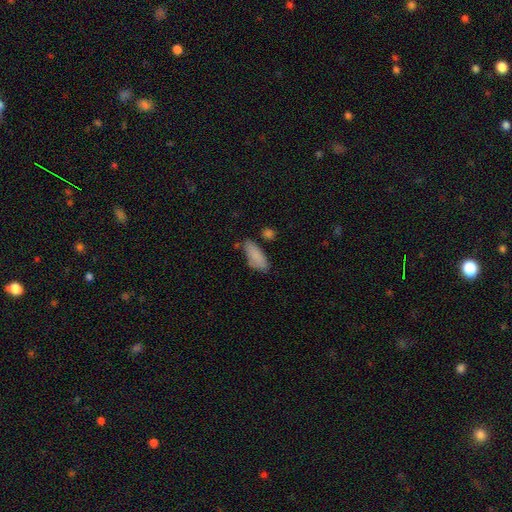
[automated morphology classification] Smooth or featured: smooth — 86% (featured or disk — 8%)
How rounded: in between — 82% (cigar-shaped — 16%)
Merging: none — 64% (minor disturbance — 24%)